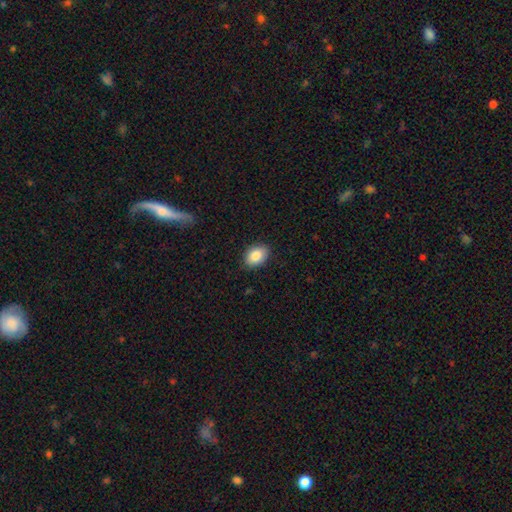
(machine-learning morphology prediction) This appears to be a smooth galaxy with no disk features (86%) that is in between round and cigar-shaped (79%). Merging: none (87%).